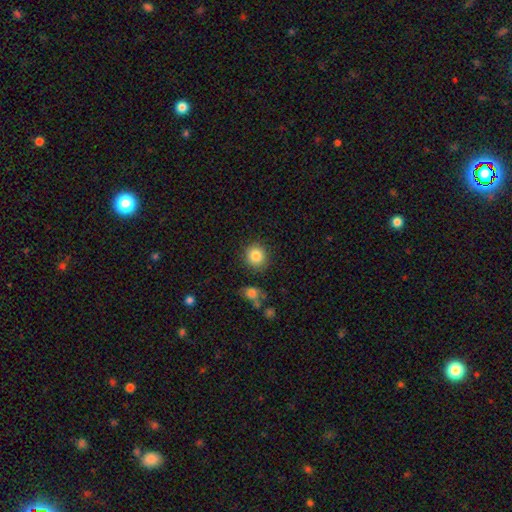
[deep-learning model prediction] A smooth galaxy with no disk features (85%) that is round (89%). Merging: none (86%).